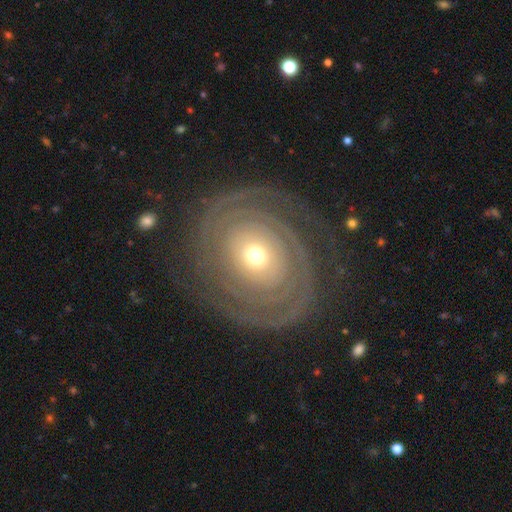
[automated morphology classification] Smooth or featured? featured or disk (84%)
Edge-on disk? no (96%)
Bar? no (85%)
Spiral arms? yes (89%)
Spiral winding? tight (82%)
Spiral arm count? can't tell (32%)
Bulge size? moderate (48%)
Merging? none (76%)